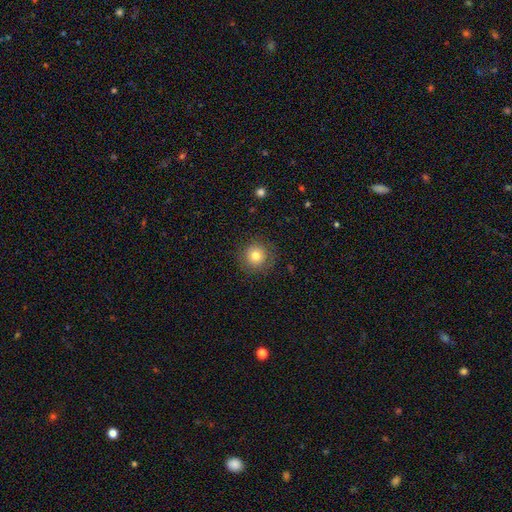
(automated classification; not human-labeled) Overall: smooth (74%). How rounded: round (95%). Merging: none (85%).